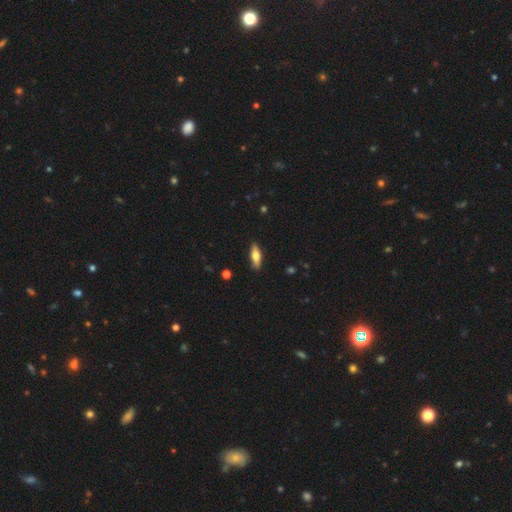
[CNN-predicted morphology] A smooth galaxy with no disk features (56%) that is in between round and cigar-shaped (51%). Merging: none (88%).